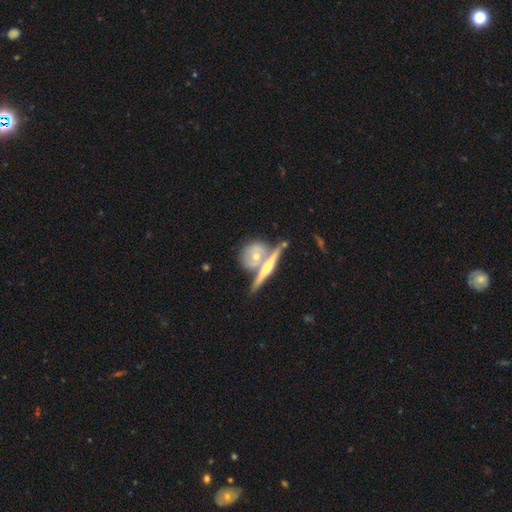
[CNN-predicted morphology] Smooth or featured? Predicted: featured or disk (p=0.59). Edge-on disk? Predicted: yes (p=0.67). Merging? Predicted: none (p=0.50).